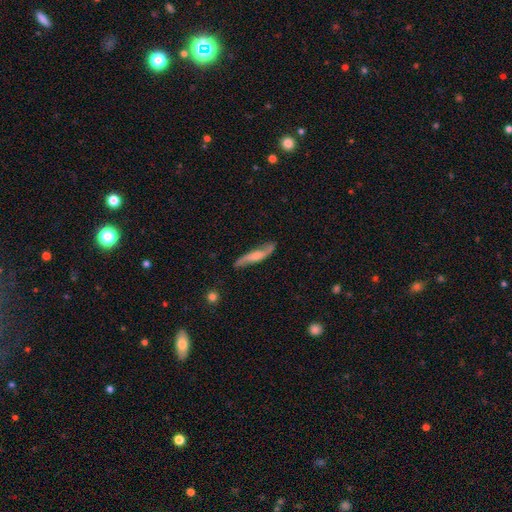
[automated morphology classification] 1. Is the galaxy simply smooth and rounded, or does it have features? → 61% featured or disk, 33% smooth, 6% star or artifact.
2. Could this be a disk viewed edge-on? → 61% no, 39% yes.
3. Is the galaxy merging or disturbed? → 74% none, 18% minor disturbance, 5% major disturbance, 2% merger.